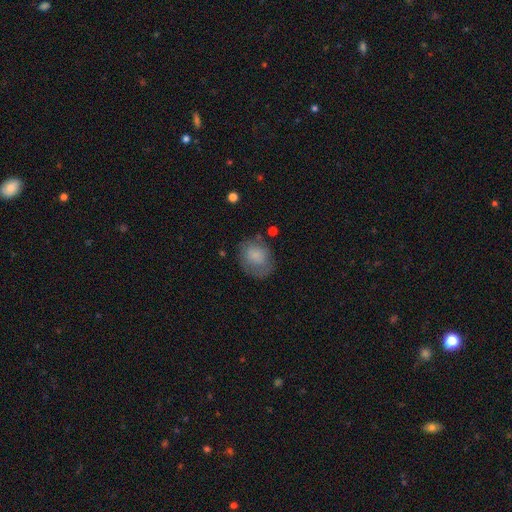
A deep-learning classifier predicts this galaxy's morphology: A smooth galaxy with no disk features (75%) that is round (56%).

Vote fractions:
- Smooth or featured? smooth: 75% / featured or disk: 16% / star or artifact: 8%
- How rounded? round: 56% / in between: 43% / cigar-shaped: 1%
- Merging? none: 59% / minor disturbance: 25% / major disturbance: 14% / merger: 3%